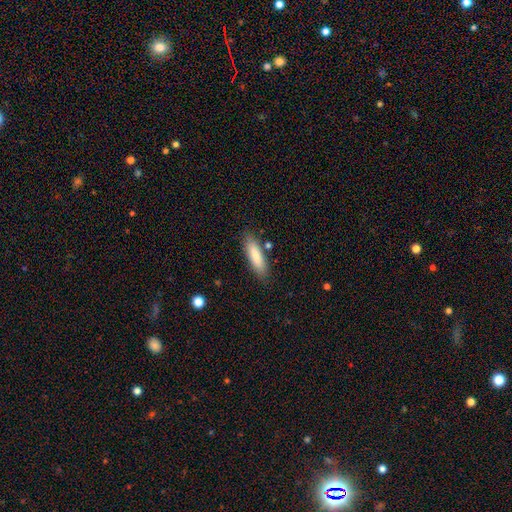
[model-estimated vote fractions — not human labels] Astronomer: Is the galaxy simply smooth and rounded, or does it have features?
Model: smooth — 84%.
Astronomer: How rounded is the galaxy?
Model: cigar-shaped — 56% (runner-up: in between, 42%).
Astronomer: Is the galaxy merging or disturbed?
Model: none — 83%.